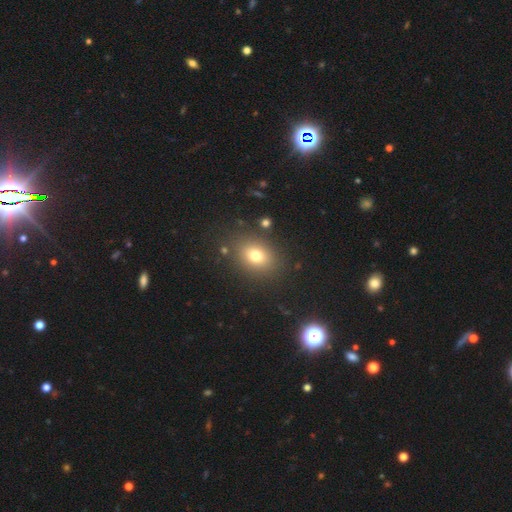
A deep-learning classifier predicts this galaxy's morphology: This appears to be a smooth galaxy with no disk features (75%) that is in between round and cigar-shaped (59%). Merging: none (84%).